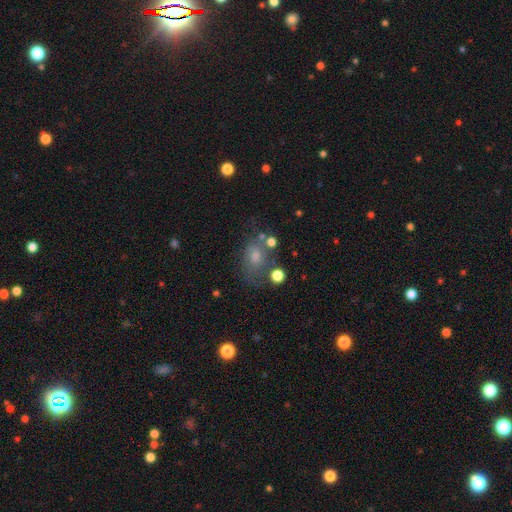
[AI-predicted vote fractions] smooth-or-featured: smooth: 50% | featured or disk: 30% | star or artifact: 20%
  how-rounded: in between: 68% | round: 30% | cigar-shaped: 2%
  merging: none: 53% | minor disturbance: 21% | major disturbance: 16% | merger: 10%